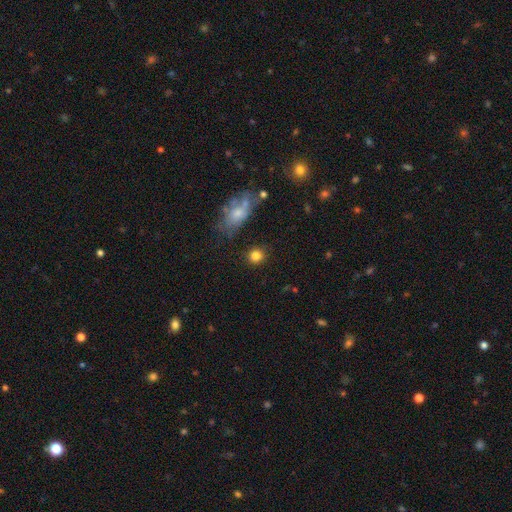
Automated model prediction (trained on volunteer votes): Morphology: type=smooth (83%); roundness=round (85%); merging=none (85%).